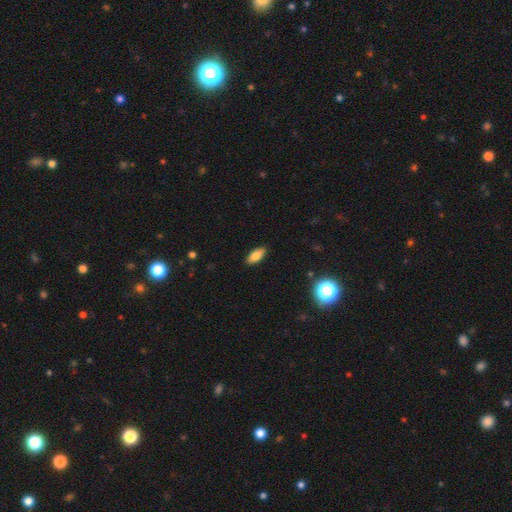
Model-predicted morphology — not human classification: smooth-or-featured: smooth: 79% | featured or disk: 12% | star or artifact: 9%
  how-rounded: in between: 83% | cigar-shaped: 14% | round: 3%
  merging: none: 89% | minor disturbance: 8% | major disturbance: 2% | merger: 1%